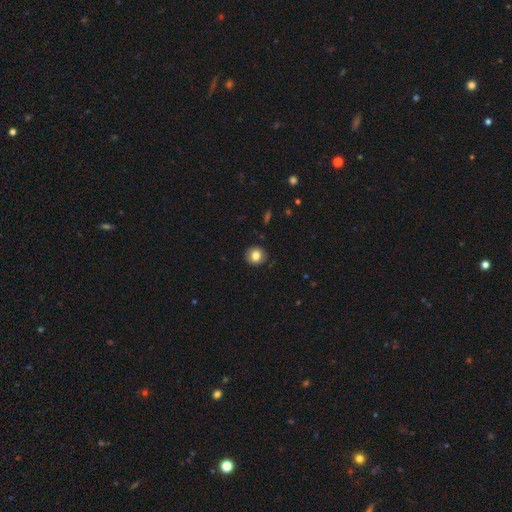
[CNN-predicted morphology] Overall: smooth (81%). How rounded: round (88%). Merging: none (90%).